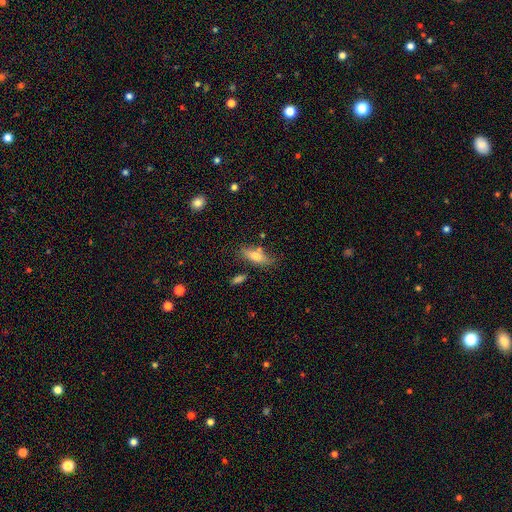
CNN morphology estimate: smooth_or_featured: smooth (p=0.70) [alt: featured or disk p=0.22]
how_rounded: in between (p=0.62) [alt: cigar-shaped p=0.35]
merging: none (p=0.69) [alt: minor disturbance p=0.19]